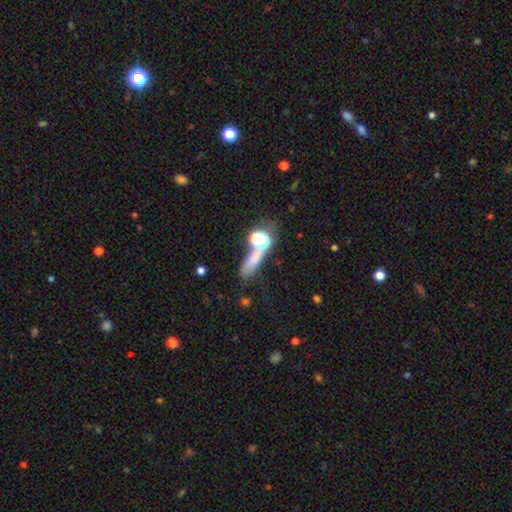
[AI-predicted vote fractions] smooth 59%, star or artifact 25%, featured or disk 16%. Down the decision tree: how rounded — cigar-shaped (43%); merging — none (45%).